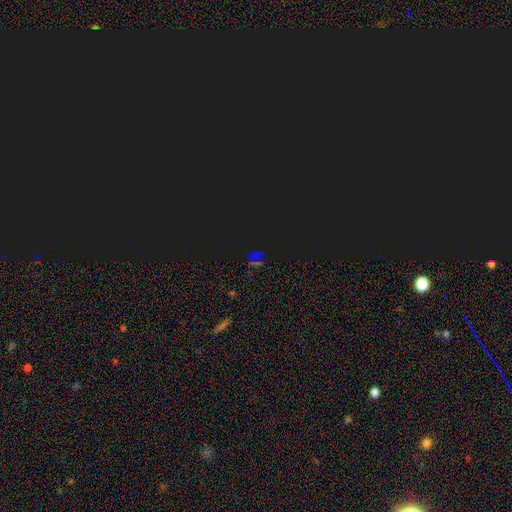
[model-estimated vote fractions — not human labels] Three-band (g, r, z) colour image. It shows a star or artifact, not a galaxy (77%).